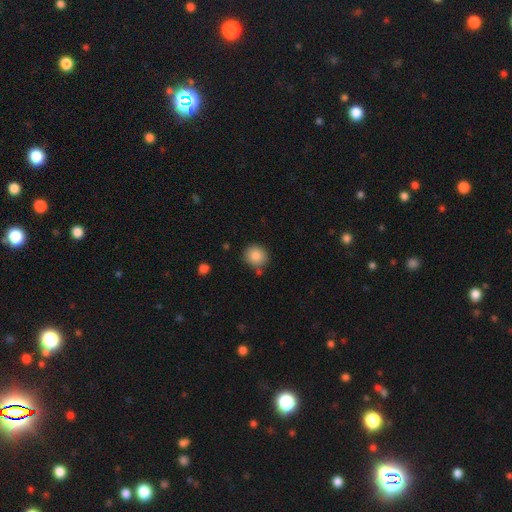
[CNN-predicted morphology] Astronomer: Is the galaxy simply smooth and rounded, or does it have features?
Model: smooth — 87%.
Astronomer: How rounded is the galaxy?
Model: round — 83%.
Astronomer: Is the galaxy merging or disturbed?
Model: none — 81%.